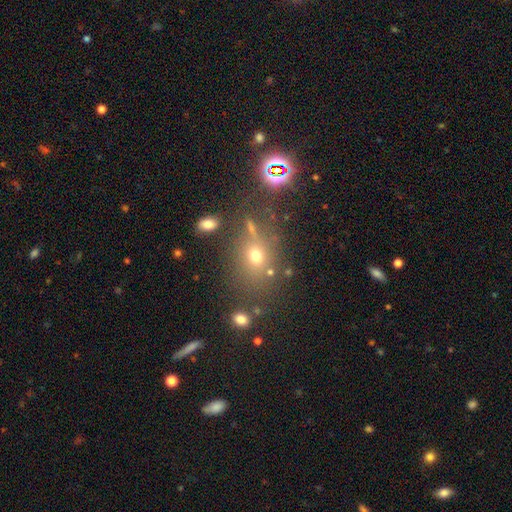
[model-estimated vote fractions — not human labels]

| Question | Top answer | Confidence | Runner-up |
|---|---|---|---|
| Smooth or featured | smooth | 64% | star or artifact (22%) |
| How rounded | round | 57% | in between (41%) |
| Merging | none | 68% | minor disturbance (14%) |